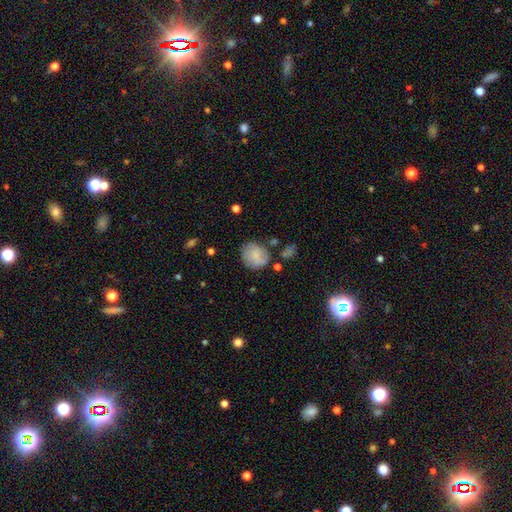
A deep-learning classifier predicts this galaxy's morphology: smooth_or_featured: smooth (p=0.79) [alt: featured or disk p=0.13]
how_rounded: round (p=0.70) [alt: in between p=0.29]
merging: none (p=0.69) [alt: minor disturbance p=0.19]